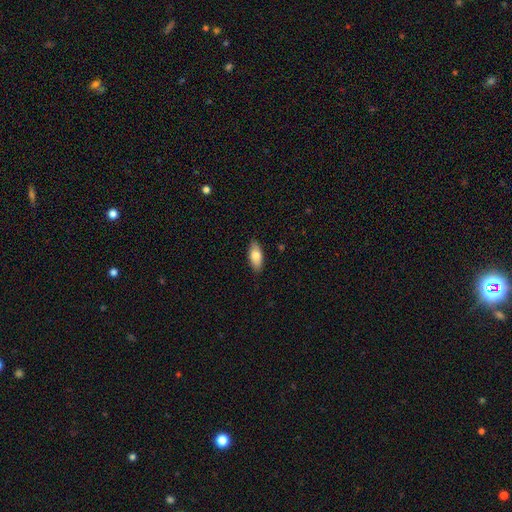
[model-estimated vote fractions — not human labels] Q: Smooth or featured?
A: smooth (79%); runner-up: featured or disk (15%)
Q: How rounded?
A: in between (85%); runner-up: cigar-shaped (13%)
Q: Merging?
A: none (88%); runner-up: minor disturbance (9%)